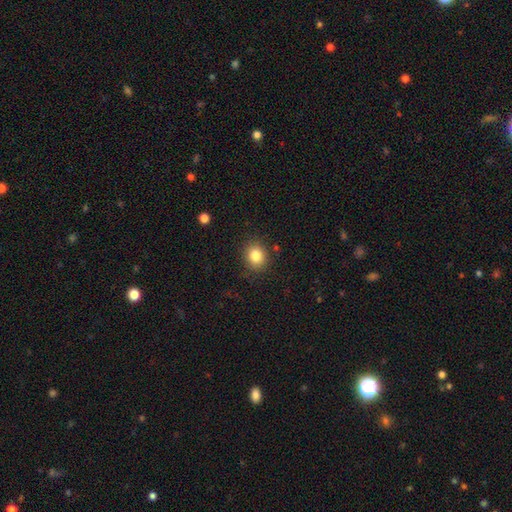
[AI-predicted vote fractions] A smooth galaxy with no disk features (83%) that is round (75%).

Vote fractions:
- Smooth or featured? smooth: 83% / star or artifact: 11% / featured or disk: 6%
- How rounded? round: 75% / in between: 24% / cigar-shaped: 1%
- Merging? none: 87% / minor disturbance: 9% / major disturbance: 3% / merger: 1%